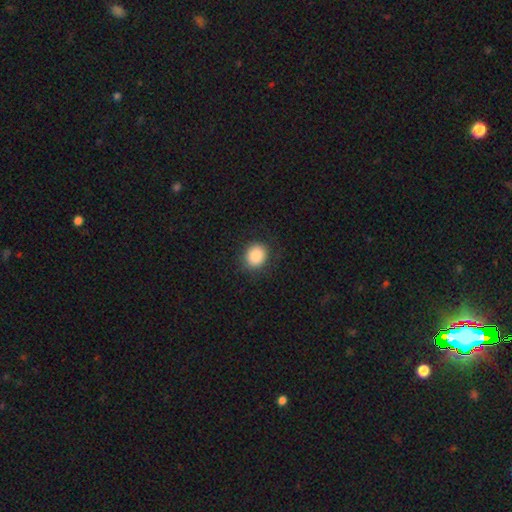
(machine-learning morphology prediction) This is clearly a smooth galaxy (88%). How rounded: likely round (70%). Merging: clearly none (86%).